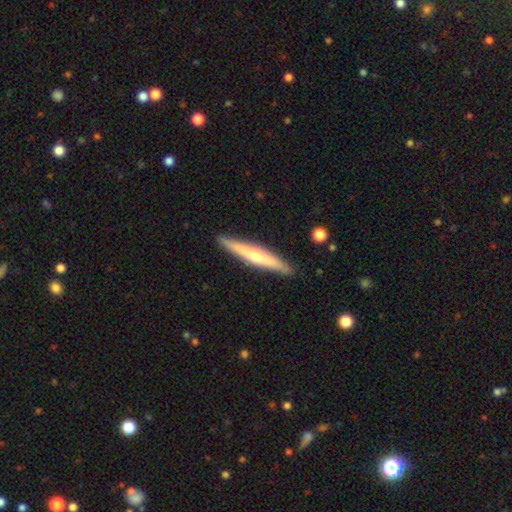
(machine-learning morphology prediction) Smooth or featured: featured or disk — 59% (smooth — 36%)
Edge-on disk: yes — 96% (no — 4%)
Edge-on bulge: rounded — 78% (none — 18%)
Merging: none — 91% (minor disturbance — 7%)